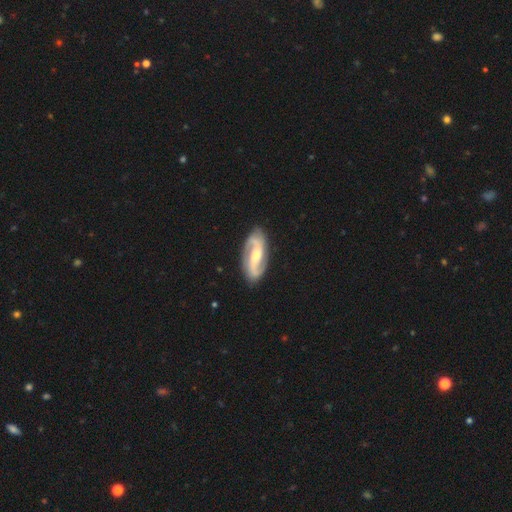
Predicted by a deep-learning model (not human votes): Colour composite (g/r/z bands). It shows a featured or disk galaxy (84%) with a weak bar (44%), 2 (92%) medium (49%) spiral arms (96%) and a moderate central bulge (53%). Merging: none (85%).